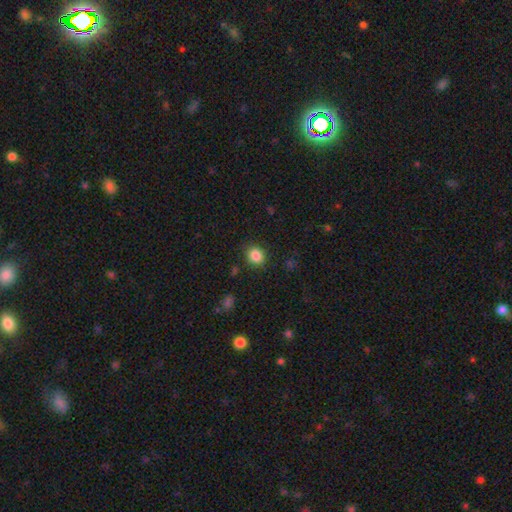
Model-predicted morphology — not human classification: smooth_or_featured: smooth (p=0.85) [alt: star or artifact p=0.10]
how_rounded: round (p=0.74) [alt: in between p=0.25]
merging: none (p=0.87) [alt: minor disturbance p=0.09]